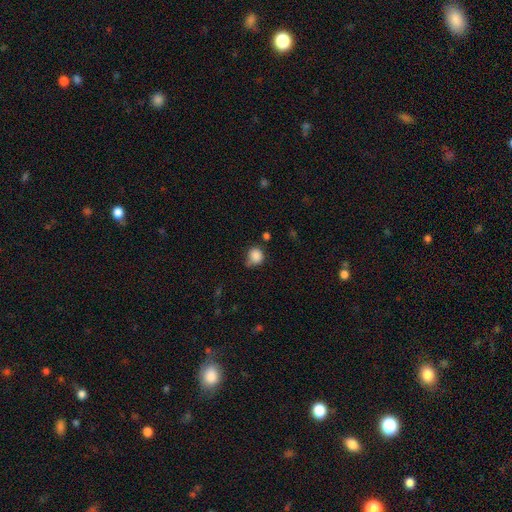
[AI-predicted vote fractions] A smooth galaxy with no disk features (85%) that is round (82%).

Vote fractions:
- Smooth or featured? smooth: 85% / star or artifact: 10% / featured or disk: 5%
- How rounded? round: 82% / in between: 17% / cigar-shaped: 1%
- Merging? none: 59% / minor disturbance: 27% / merger: 8% / major disturbance: 7%